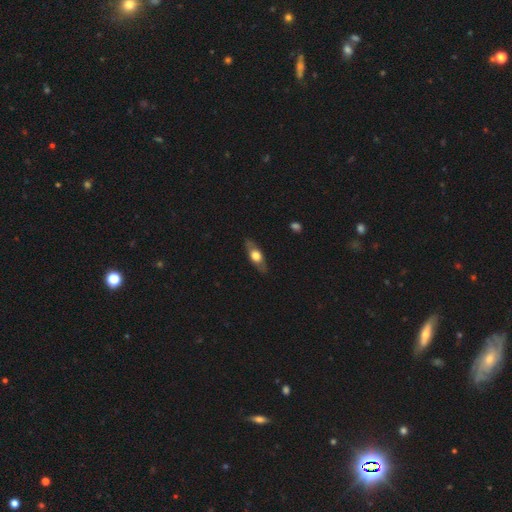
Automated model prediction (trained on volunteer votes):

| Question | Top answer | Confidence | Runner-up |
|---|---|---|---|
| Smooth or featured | featured or disk | 48% | smooth (46%) |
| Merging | none | 84% | minor disturbance (12%) |